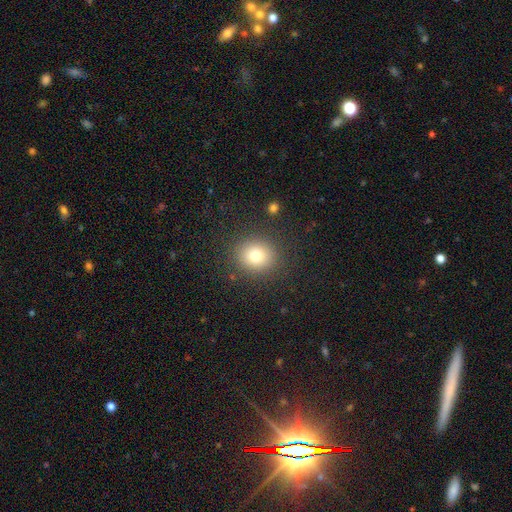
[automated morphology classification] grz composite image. It shows a smooth galaxy with no disk features (78%) that is round (80%). Merging: none (88%).